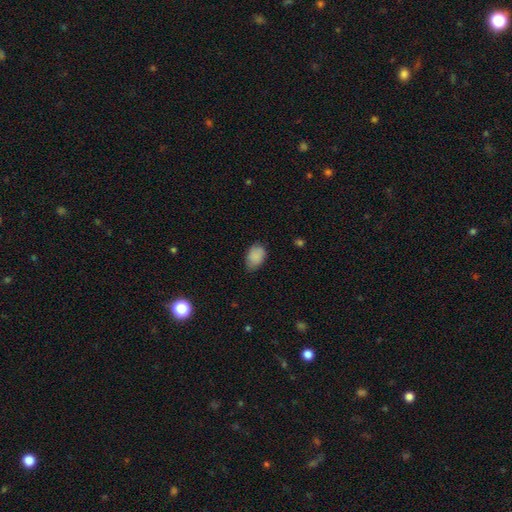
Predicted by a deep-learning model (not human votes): smooth-or-featured: smooth: 88% | star or artifact: 7% | featured or disk: 5%
  how-rounded: in between: 85% | round: 14% | cigar-shaped: 1%
  merging: none: 67% | minor disturbance: 27% | major disturbance: 5% | merger: 1%